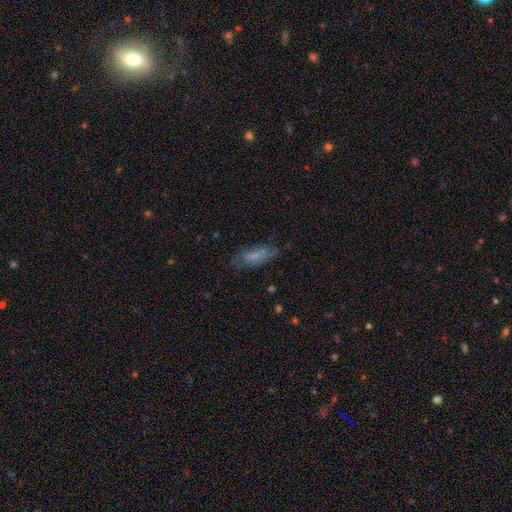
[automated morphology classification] Q: Smooth or featured?
A: smooth (67%); runner-up: featured or disk (24%)
Q: How rounded?
A: in between (61%); runner-up: cigar-shaped (37%)
Q: Merging?
A: none (67%); runner-up: minor disturbance (22%)